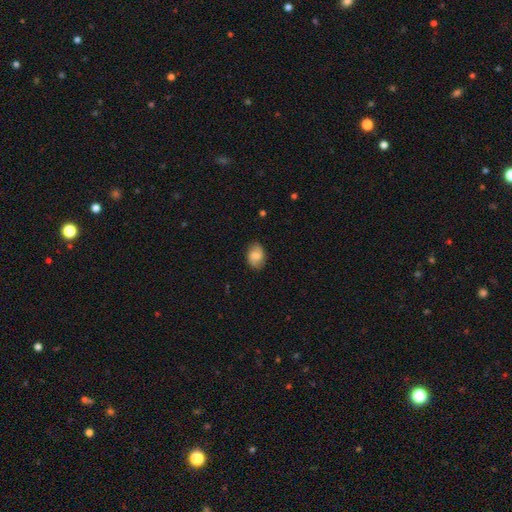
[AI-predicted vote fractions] A smooth galaxy with no disk features (66%) that is in between round and cigar-shaped (76%).

Vote fractions:
- Smooth or featured? smooth: 66% / featured or disk: 26% / star or artifact: 8%
- How rounded? in between: 76% / round: 23% / cigar-shaped: 1%
- Merging? none: 81% / minor disturbance: 14% / major disturbance: 3% / merger: 1%